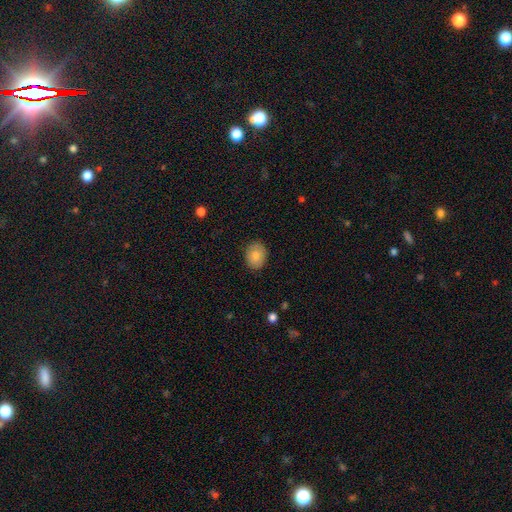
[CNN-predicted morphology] smooth-or-featured: smooth: 86% | star or artifact: 7% | featured or disk: 7%
  how-rounded: in between: 61% | round: 38% | cigar-shaped: 1%
  merging: none: 87% | minor disturbance: 9% | major disturbance: 2% | merger: 1%